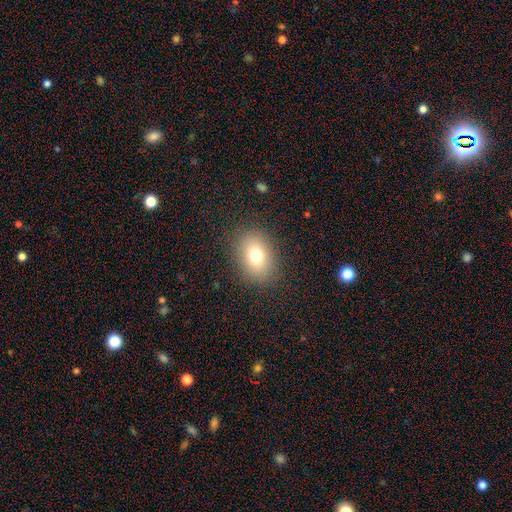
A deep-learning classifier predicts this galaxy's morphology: Smooth or featured? Predicted: smooth (p=0.75). How rounded? Predicted: in between (p=0.62). Merging? Predicted: none (p=0.87).